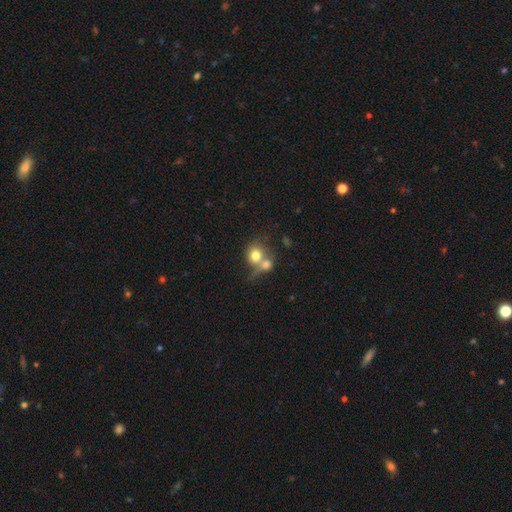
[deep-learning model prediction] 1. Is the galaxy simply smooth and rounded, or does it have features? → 73% smooth, 18% featured or disk, 9% star or artifact.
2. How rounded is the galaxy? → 75% round, 24% in between, 1% cigar-shaped.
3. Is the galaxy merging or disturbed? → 62% merger, 24% none, 8% minor disturbance, 6% major disturbance.